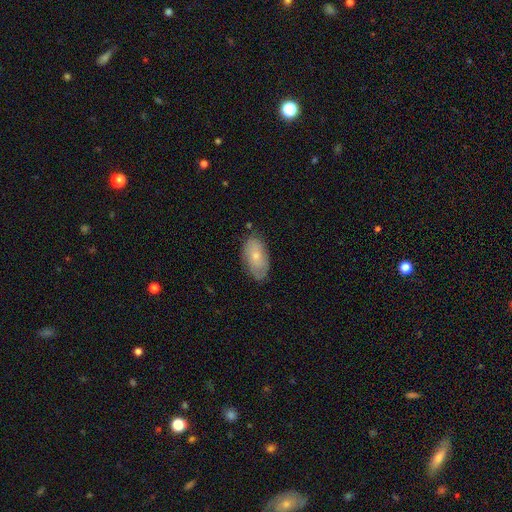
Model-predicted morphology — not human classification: smooth_or_featured: smooth (p=0.63) [alt: featured or disk p=0.31]
how_rounded: in between (p=0.92) [alt: round p=0.04]
merging: none (p=0.74) [alt: minor disturbance p=0.20]